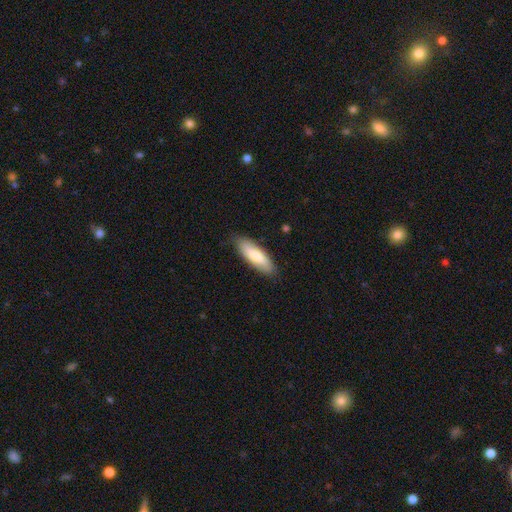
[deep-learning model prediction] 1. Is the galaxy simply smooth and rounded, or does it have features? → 71% smooth, 24% featured or disk, 5% star or artifact.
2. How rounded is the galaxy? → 59% in between, 39% cigar-shaped, 2% round.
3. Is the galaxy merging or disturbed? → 84% none, 13% minor disturbance, 2% major disturbance, 1% merger.